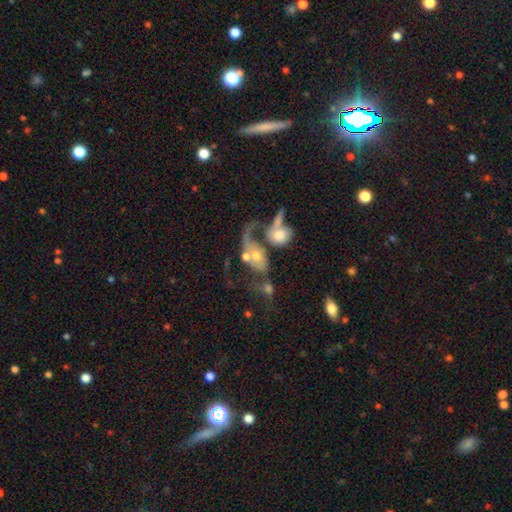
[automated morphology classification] This appears to be a featured or disk galaxy (59%) with no bar (79%), spiral arms (56%) and a moderate central bulge (53%). Merging: merger (55%).